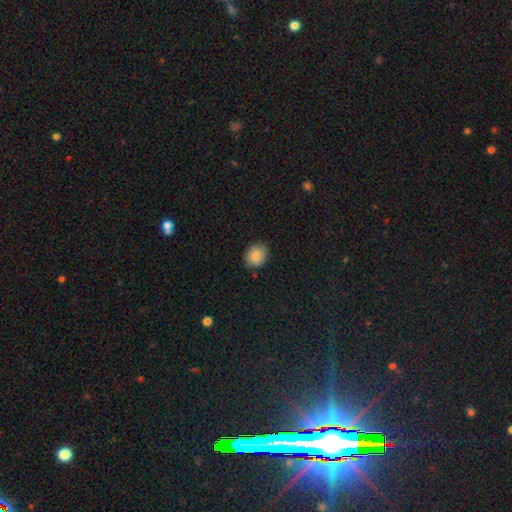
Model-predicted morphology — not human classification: type=smooth (84%); roundness=round (55%); merging=none (81%).